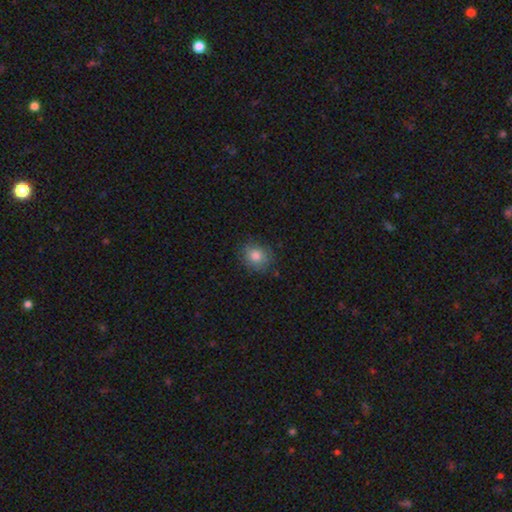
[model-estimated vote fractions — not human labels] A smooth galaxy with no disk features (83%) that is round (66%).

Vote fractions:
- Smooth or featured? smooth: 83% / star or artifact: 9% / featured or disk: 8%
- How rounded? round: 66% / in between: 33% / cigar-shaped: 1%
- Merging? none: 80% / minor disturbance: 15% / major disturbance: 4% / merger: 1%